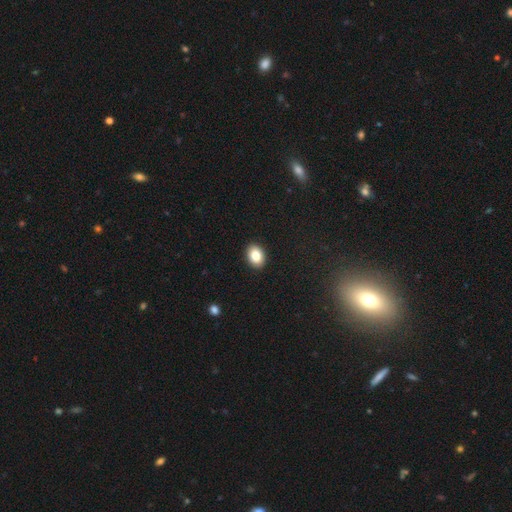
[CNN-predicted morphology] The model was most divided on "how rounded": in between: 77%, round: 22%, cigar-shaped: 1%. More confident: merging — none (91%); smooth or featured — smooth (84%).